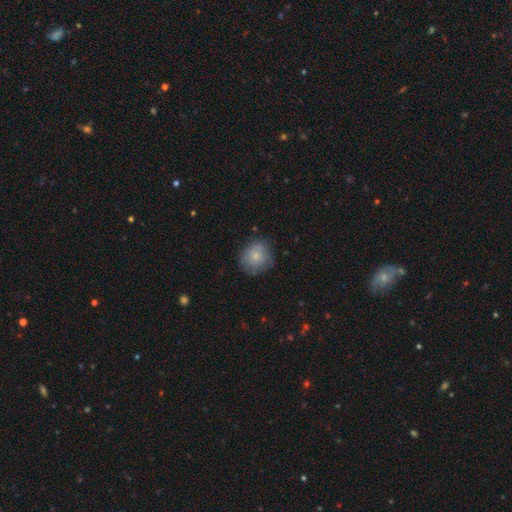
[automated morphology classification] A smooth galaxy with no disk features (74%) that is round (82%). Merging: none (74%).